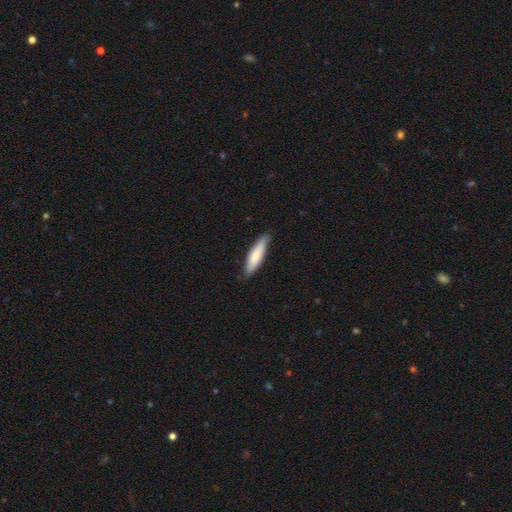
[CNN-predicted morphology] Smooth or featured?
  - smooth: 76% *
  - featured or disk: 19%
  - star or artifact: 5%
How rounded?
  - cigar-shaped: 72% *
  - in between: 27%
  - round: 1%
Merging?
  - none: 81% *
  - minor disturbance: 16%
  - major disturbance: 2%
  - merger: 1%